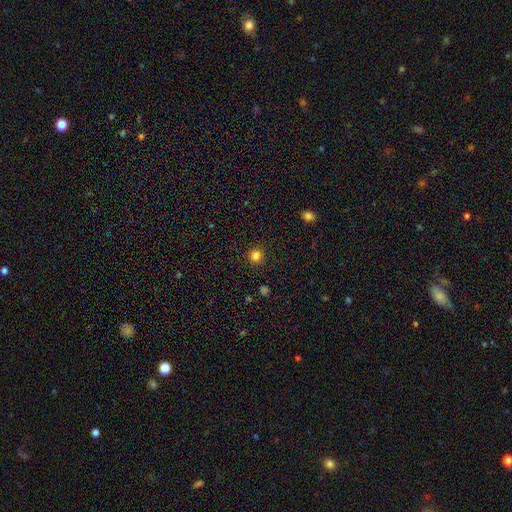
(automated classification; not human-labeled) Smooth or featured: smooth — 82% (star or artifact — 14%)
How rounded: round — 94% (in between — 5%)
Merging: none — 92% (minor disturbance — 5%)